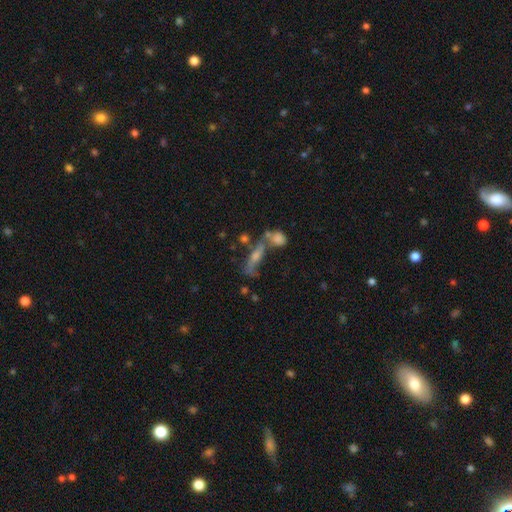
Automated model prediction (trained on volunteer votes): Morphology: type=featured or disk (51%); edge-on=yes (52%); merging=merger (37%).